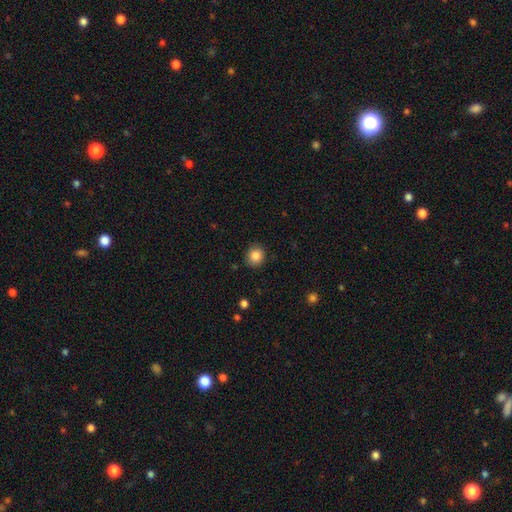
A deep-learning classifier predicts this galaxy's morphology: smooth-or-featured: smooth: 85% | star or artifact: 10% | featured or disk: 5%
  how-rounded: round: 82% | in between: 17% | cigar-shaped: 1%
  merging: none: 88% | minor disturbance: 8% | major disturbance: 2% | merger: 1%